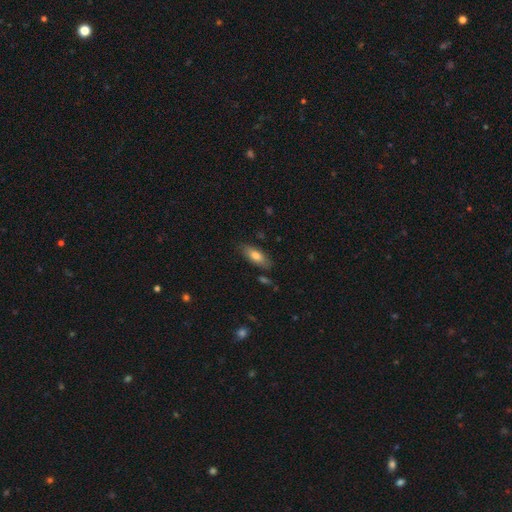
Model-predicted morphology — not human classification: Smooth or featured? Predicted: smooth (p=0.76). How rounded? Predicted: in between (p=0.76). Merging? Predicted: none (p=0.78).